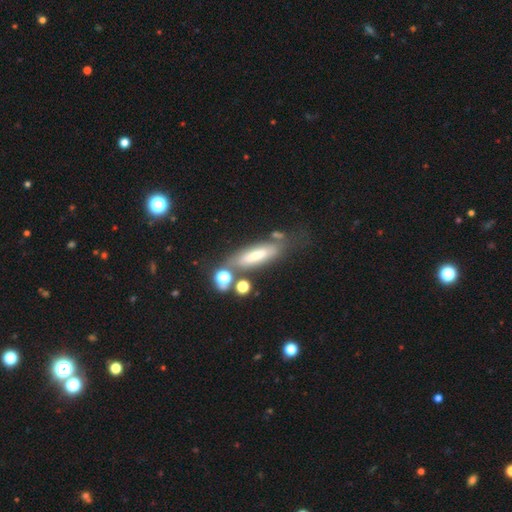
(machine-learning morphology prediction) Q: Smooth or featured?
A: smooth (52%); runner-up: featured or disk (37%)
Q: How rounded?
A: cigar-shaped (55%); runner-up: in between (42%)
Q: Merging?
A: none (53%); runner-up: minor disturbance (19%)